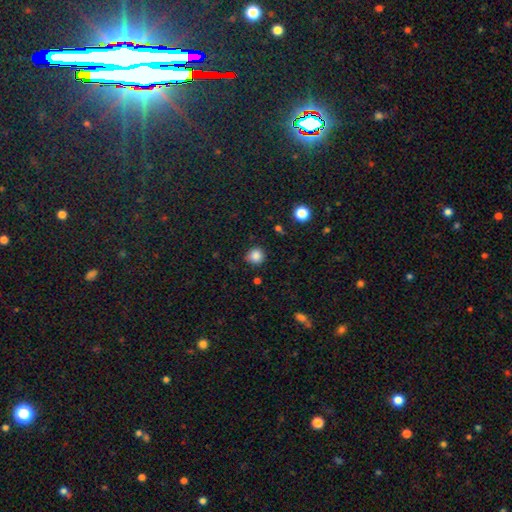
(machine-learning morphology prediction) Q: Smooth or featured?
A: smooth (85%); runner-up: star or artifact (11%)
Q: How rounded?
A: round (89%); runner-up: in between (10%)
Q: Merging?
A: none (81%); runner-up: minor disturbance (14%)